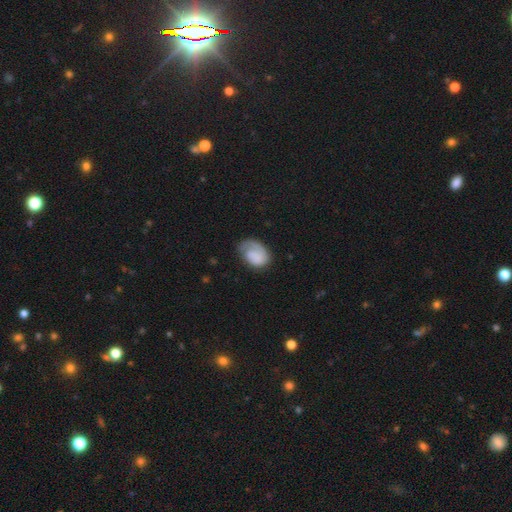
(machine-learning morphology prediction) Overall: smooth (54%; featured or disk 39%). How rounded: in between (78%). Merging: none (46%; minor disturbance 27%).